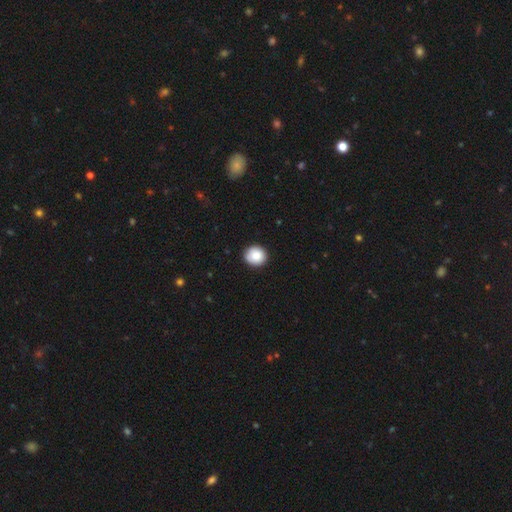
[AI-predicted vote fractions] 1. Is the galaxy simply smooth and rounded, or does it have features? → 86% smooth, 8% star or artifact, 6% featured or disk.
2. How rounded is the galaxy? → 88% round, 11% in between, 1% cigar-shaped.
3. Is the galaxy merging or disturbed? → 86% none, 11% minor disturbance, 2% major disturbance, 1% merger.